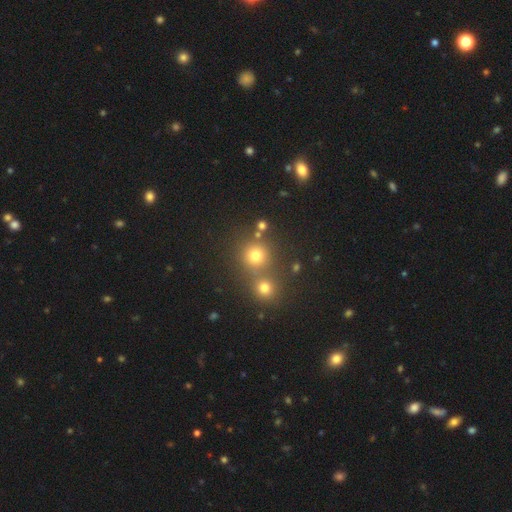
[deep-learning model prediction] smooth-or-featured: smooth: 74% | star or artifact: 19% | featured or disk: 7%
  how-rounded: round: 91% | in between: 8% | cigar-shaped: 1%
  merging: none: 64% | merger: 26% | minor disturbance: 7% | major disturbance: 3%